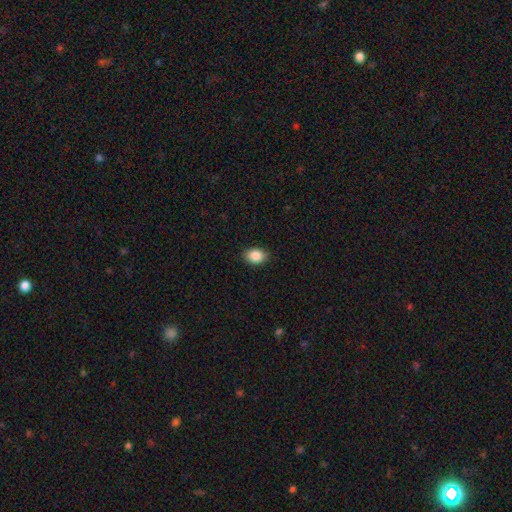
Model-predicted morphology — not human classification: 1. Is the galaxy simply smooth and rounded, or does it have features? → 88% smooth, 8% star or artifact, 4% featured or disk.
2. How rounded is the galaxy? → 71% in between, 27% round, 1% cigar-shaped.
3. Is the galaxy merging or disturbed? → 87% none, 9% minor disturbance, 2% major disturbance, 1% merger.